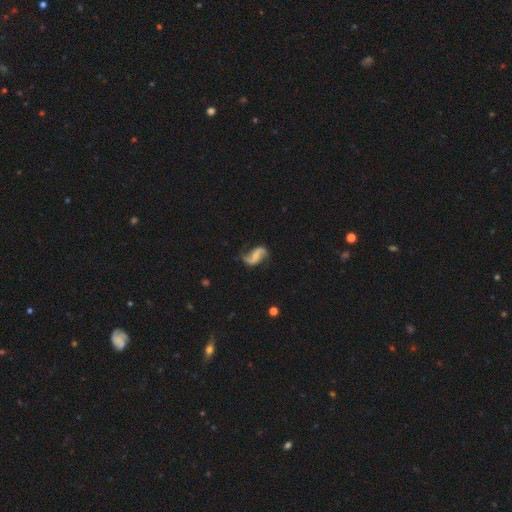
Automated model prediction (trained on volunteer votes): The model was most divided on "bar": weak: 40%, no: 36%, strong: 23%. More confident: edge-on disk — no (97%); spiral arms — yes (96%); spiral arm count — 2 (93%); smooth or featured — featured or disk (85%); spiral winding — loose (74%); merging — none (73%); bulge size — small (53%).